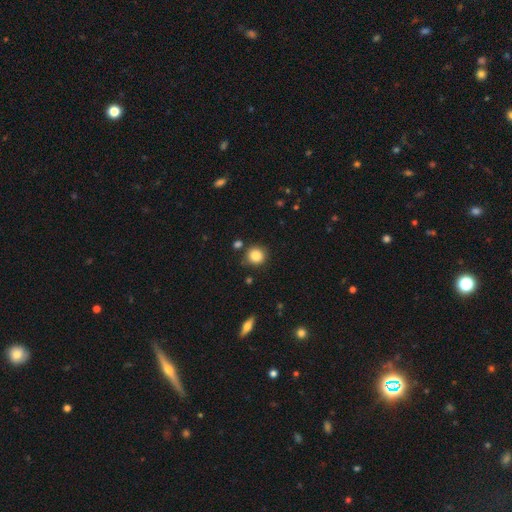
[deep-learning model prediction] Smooth or featured?
  - smooth: 86% *
  - star or artifact: 10%
  - featured or disk: 4%
How rounded?
  - round: 89% *
  - in between: 10%
  - cigar-shaped: 1%
Merging?
  - none: 81% *
  - minor disturbance: 11%
  - merger: 4%
  - major disturbance: 3%